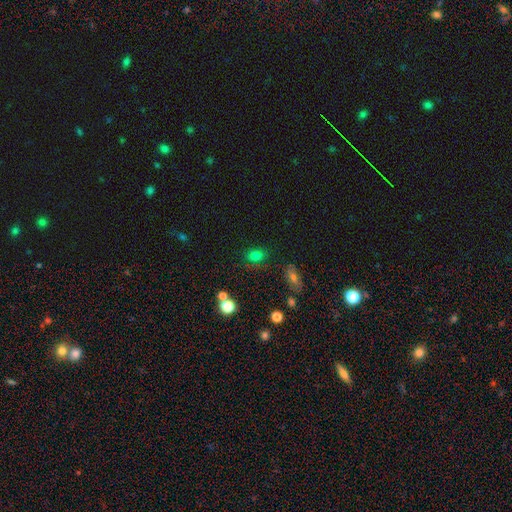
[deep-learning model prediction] The model was most divided on "how rounded": in between: 63%, round: 35%, cigar-shaped: 2%. More confident: merging — none (76%); smooth or featured — smooth (74%).